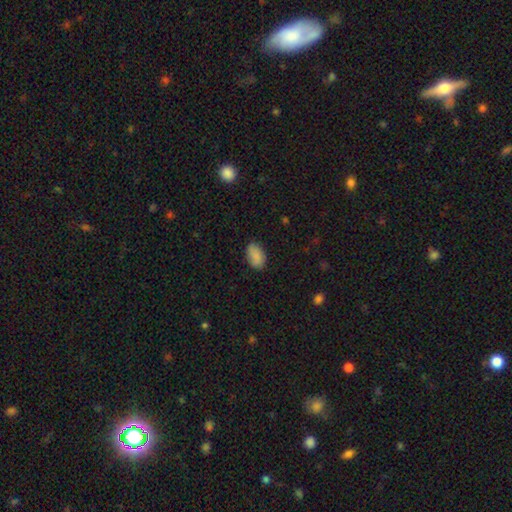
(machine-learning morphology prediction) A smooth galaxy with no disk features (87%) that is in between round and cigar-shaped (93%). Merging: none (84%).